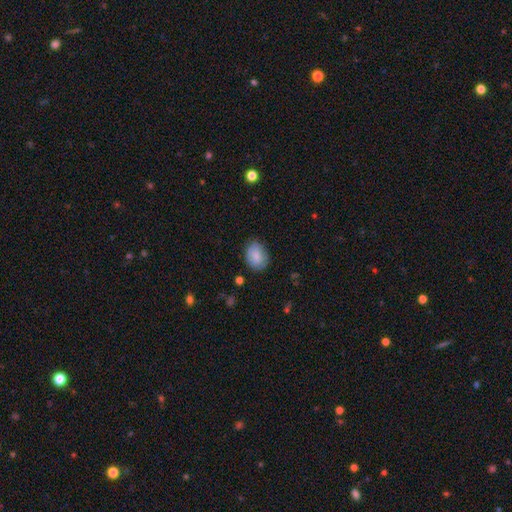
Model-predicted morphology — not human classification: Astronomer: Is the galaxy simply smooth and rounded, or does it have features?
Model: smooth — 84%.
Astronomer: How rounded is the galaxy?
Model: in between — 67%.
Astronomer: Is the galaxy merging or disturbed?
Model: none — 79%.